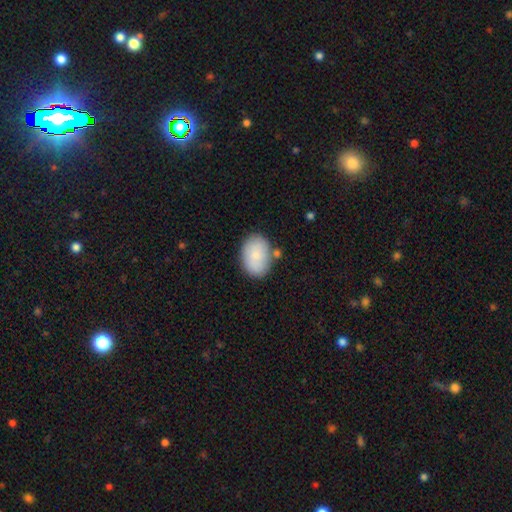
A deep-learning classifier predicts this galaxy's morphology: Smooth or featured?
  - smooth: 83% *
  - featured or disk: 11%
  - star or artifact: 6%
How rounded?
  - in between: 79% *
  - round: 20%
  - cigar-shaped: 1%
Merging?
  - none: 74% *
  - minor disturbance: 16%
  - merger: 6%
  - major disturbance: 4%